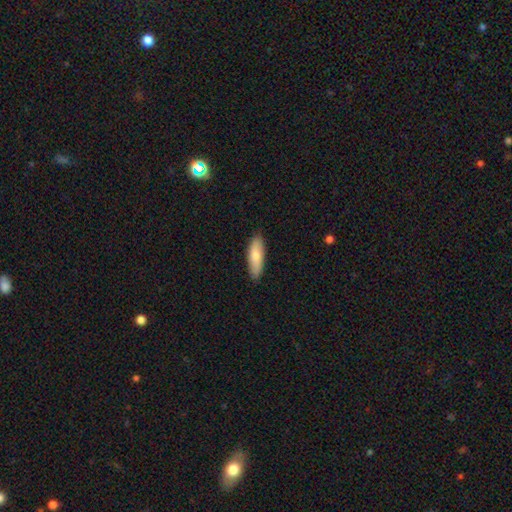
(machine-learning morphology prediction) smooth_or_featured: smooth (p=0.81) [alt: featured or disk p=0.14]
how_rounded: in between (p=0.54) [alt: cigar-shaped p=0.44]
merging: none (p=0.87) [alt: minor disturbance p=0.10]